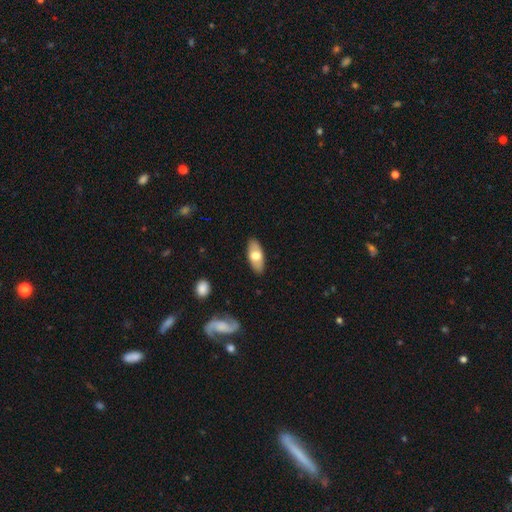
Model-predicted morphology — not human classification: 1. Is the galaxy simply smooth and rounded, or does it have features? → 64% smooth, 30% featured or disk, 6% star or artifact.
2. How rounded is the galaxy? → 85% in between, 12% cigar-shaped, 3% round.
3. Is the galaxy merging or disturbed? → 87% none, 10% minor disturbance, 2% major disturbance, 1% merger.